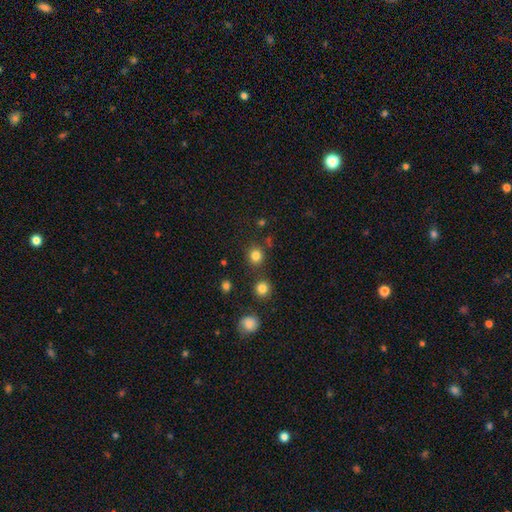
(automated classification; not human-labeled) smooth-or-featured: smooth: 82% | star or artifact: 13% | featured or disk: 5%
  how-rounded: round: 89% | in between: 10% | cigar-shaped: 1%
  merging: none: 84% | minor disturbance: 8% | merger: 5% | major disturbance: 3%